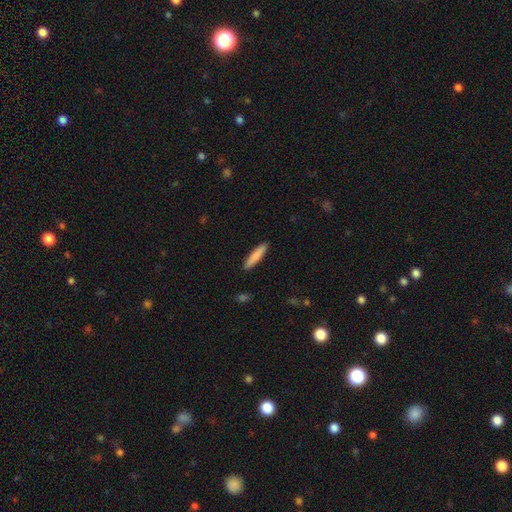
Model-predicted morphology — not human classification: Overall: smooth (82%). How rounded: cigar-shaped (87%). Merging: none (91%).